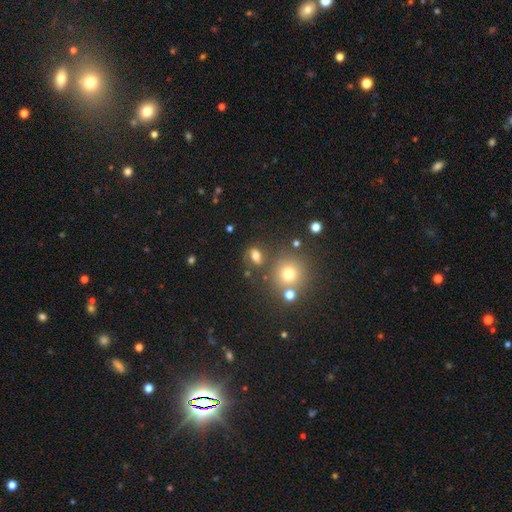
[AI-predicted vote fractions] Q: Smooth or featured?
A: smooth (65%); runner-up: featured or disk (18%)
Q: How rounded?
A: in between (61%); runner-up: round (35%)
Q: Merging?
A: none (64%); runner-up: minor disturbance (17%)